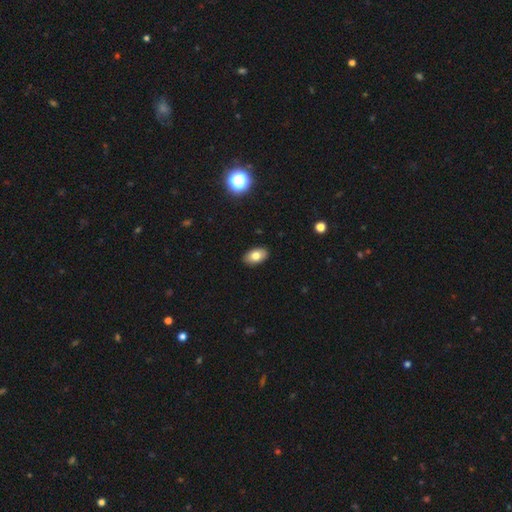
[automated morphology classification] This appears to be a smooth galaxy with no disk features (78%) that is in between round and cigar-shaped (92%). Merging: none (90%).